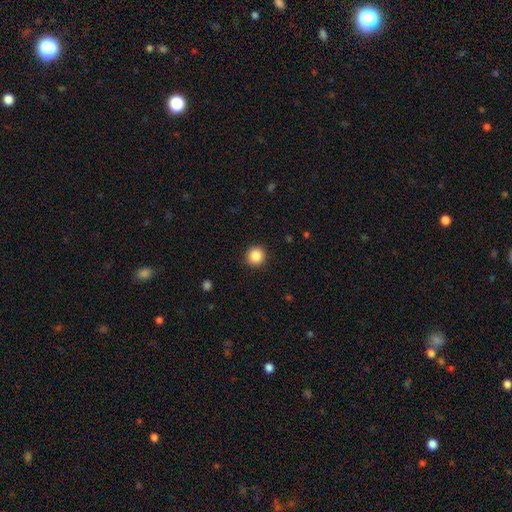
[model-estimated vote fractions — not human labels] This appears to be a smooth galaxy with no disk features (87%) that is round (93%). Merging: none (91%).